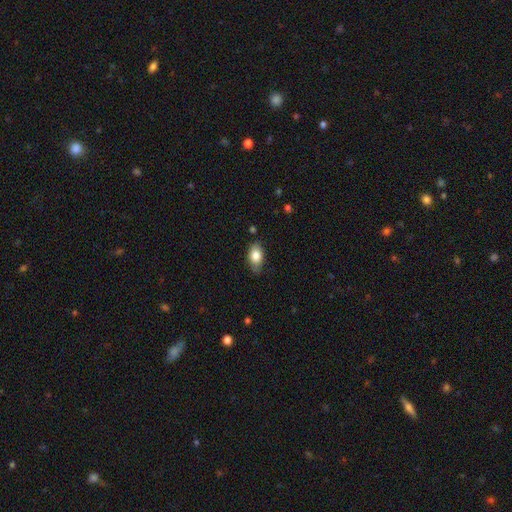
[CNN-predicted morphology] This appears to be a smooth galaxy with no disk features (81%) that is in between round and cigar-shaped (88%). Merging: none (74%).